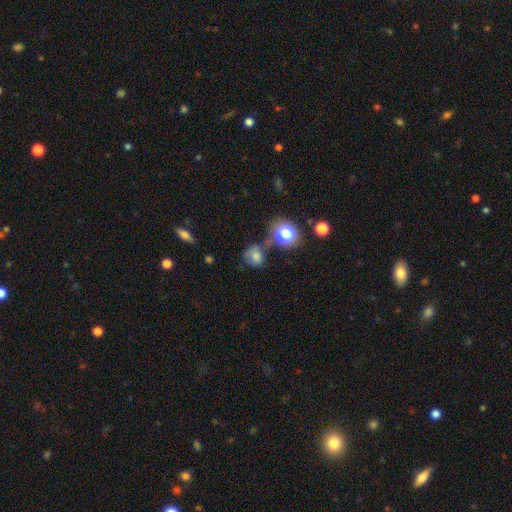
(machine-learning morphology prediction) smooth 73%, star or artifact 14%, featured or disk 13%. Down the decision tree: how rounded — round (72%); merging — none (45%).